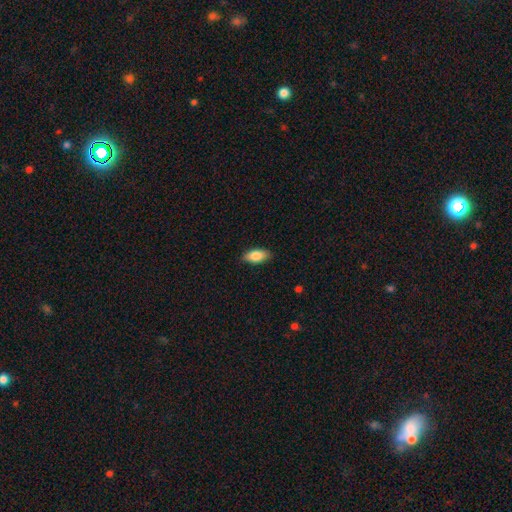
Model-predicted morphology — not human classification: The model was most divided on "smooth or featured": smooth: 84%, featured or disk: 10%, star or artifact: 6%. More confident: how rounded — in between (89%); merging — none (86%).